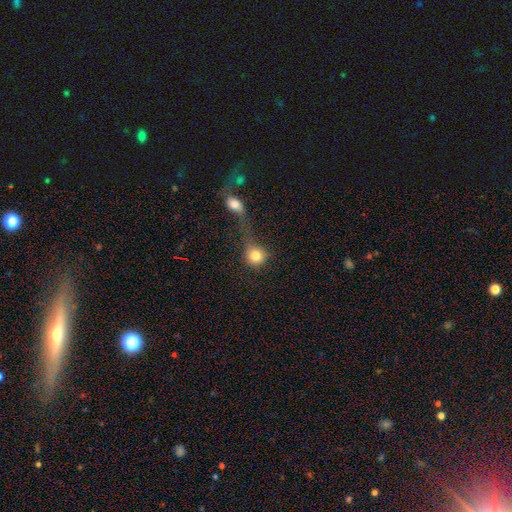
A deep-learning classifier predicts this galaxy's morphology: A smooth galaxy with no disk features (81%) that is round (89%). Merging: merger (43%).